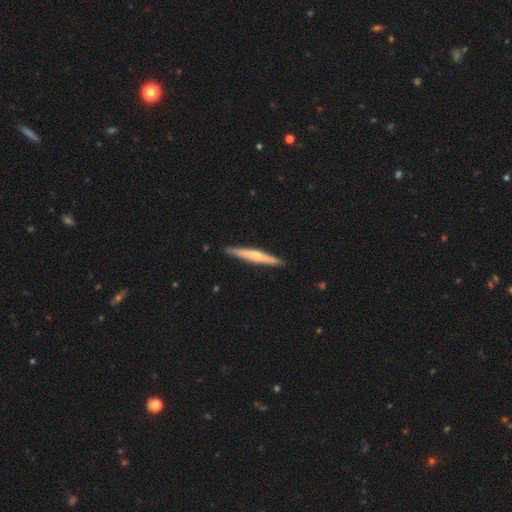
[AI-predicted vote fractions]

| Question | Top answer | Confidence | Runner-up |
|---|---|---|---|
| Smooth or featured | featured or disk | 52% | smooth (43%) |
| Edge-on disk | yes | 97% | no (3%) |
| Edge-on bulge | rounded | 62% | none (30%) |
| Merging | none | 91% | minor disturbance (7%) |